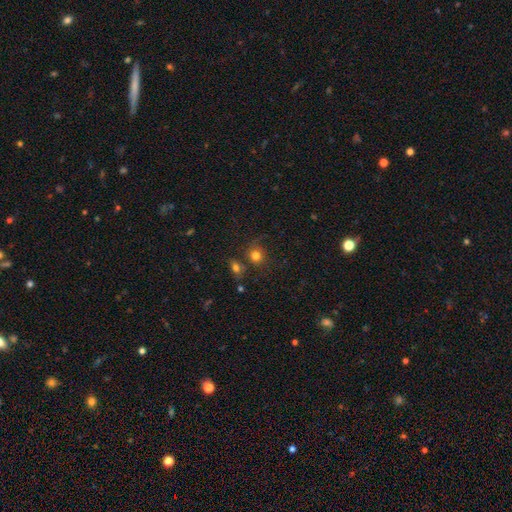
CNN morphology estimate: The model was most divided on "merging": none: 61%, minor disturbance: 16%, merger: 14%, major disturbance: 9%. More confident: how rounded — round (81%); smooth or featured — smooth (78%).